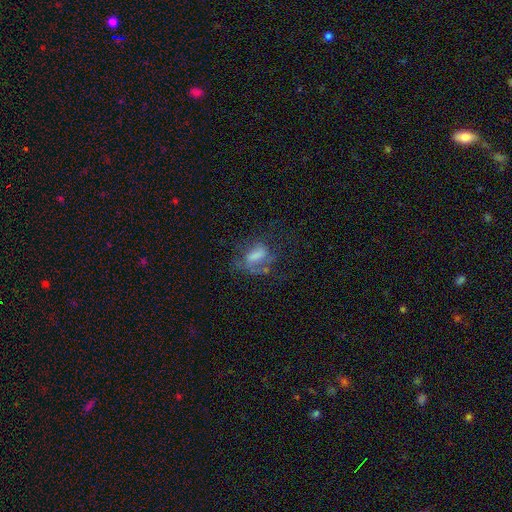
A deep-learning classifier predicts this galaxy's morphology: A featured or disk galaxy (52%). Merging: none (41%).